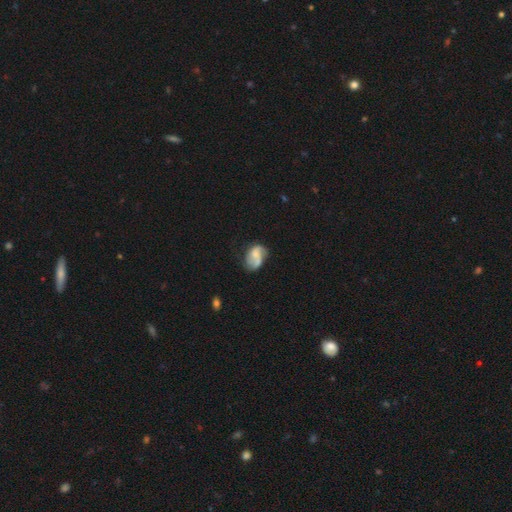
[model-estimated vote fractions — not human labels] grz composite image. It shows a featured or disk galaxy (62%) with no bar (56%), 2 (78%) loose (45%) spiral arms (85%) and no central bulge (37%). Merging: none (54%).